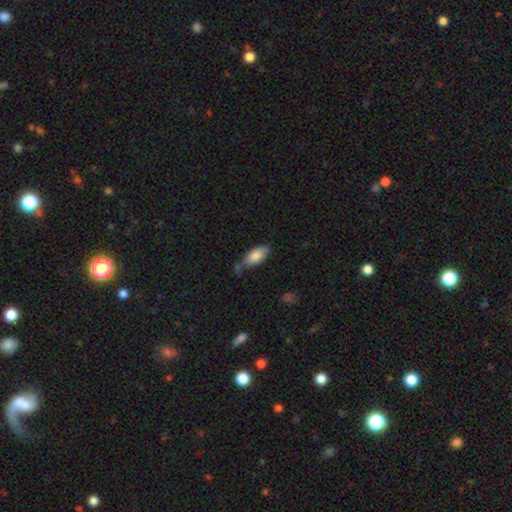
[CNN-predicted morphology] This is clearly a smooth galaxy (82%). How rounded: clearly in between (85%). Merging: possibly none (52%).